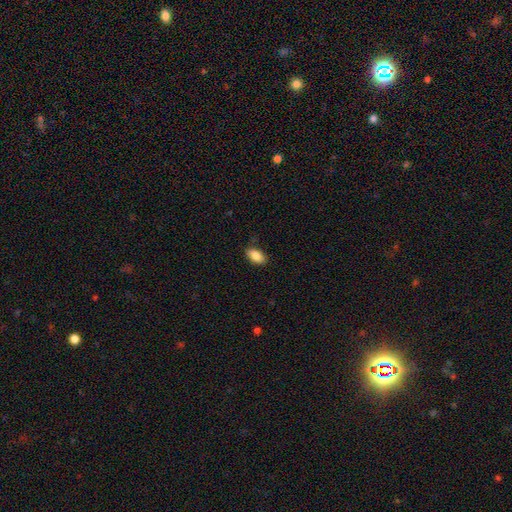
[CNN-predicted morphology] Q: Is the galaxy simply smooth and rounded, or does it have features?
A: smooth — 88%.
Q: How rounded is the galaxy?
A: in between — 93%.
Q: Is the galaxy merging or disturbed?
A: none — 86%.